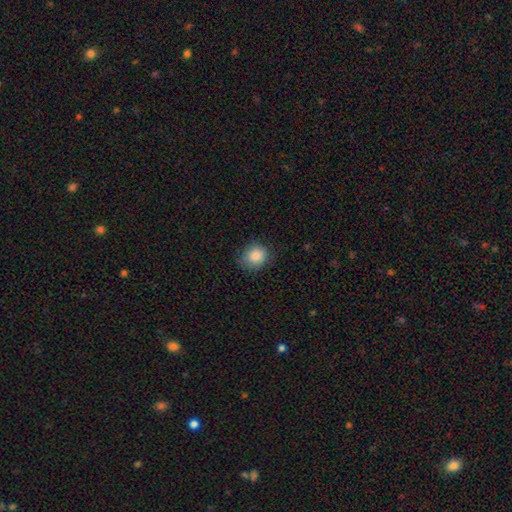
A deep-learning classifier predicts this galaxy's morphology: This is clearly a smooth galaxy (85%). How rounded: likely round (77%). Merging: likely none (72%).